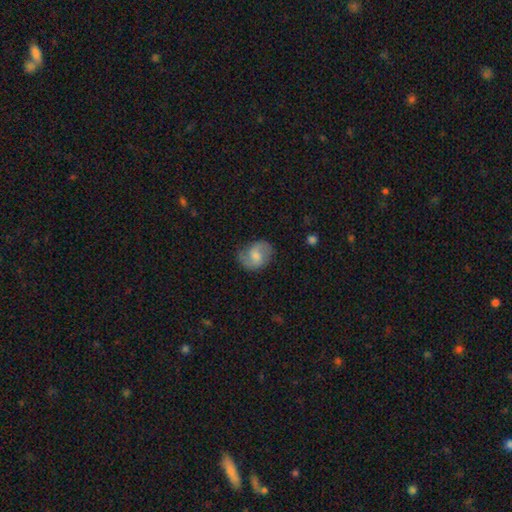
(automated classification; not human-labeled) A featured or disk galaxy (53%) with a weak bar (47%), spiral arms (87%) and a moderate central bulge (48%).

Vote fractions:
- Smooth or featured? featured or disk: 53% / smooth: 40% / star or artifact: 7%
- Edge-on disk? no: 97% / yes: 3%
- Bar? weak: 47% / no: 43% / strong: 10%
- Spiral arms? yes: 87% / no: 13%
- Bulge size? moderate: 48% / small: 28% / none: 12% / large: 10% / dominant: 2%
- Merging? none: 67% / minor disturbance: 23% / major disturbance: 9% / merger: 1%